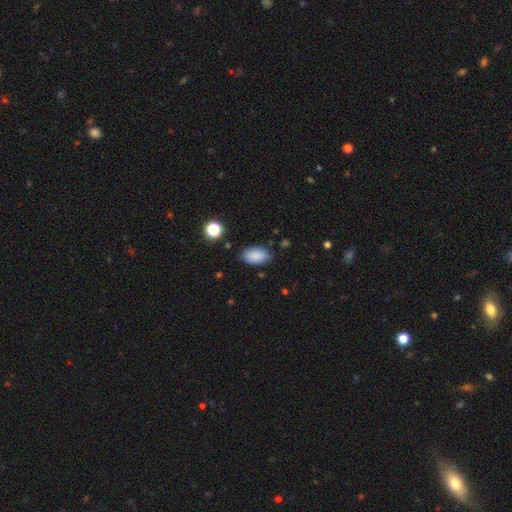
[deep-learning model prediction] A smooth galaxy with no disk features (87%) that is in between round and cigar-shaped (93%). Merging: none (79%).